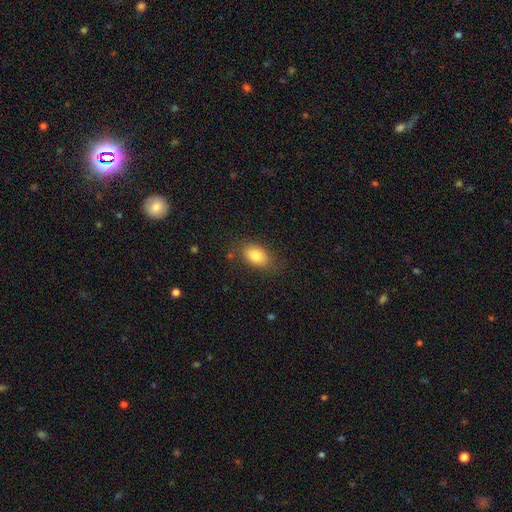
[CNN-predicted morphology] A smooth galaxy with no disk features (83%) that is in between round and cigar-shaped (85%).

Vote fractions:
- Smooth or featured? smooth: 83% / featured or disk: 9% / star or artifact: 8%
- How rounded? in between: 85% / round: 13% / cigar-shaped: 2%
- Merging? none: 79% / minor disturbance: 15% / major disturbance: 5% / merger: 2%